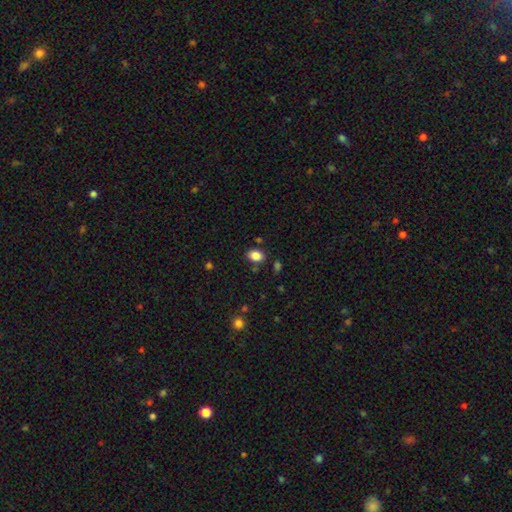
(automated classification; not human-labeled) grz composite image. It shows a smooth galaxy with no disk features (86%) that is in between round and cigar-shaped (79%). Merging: none (84%).